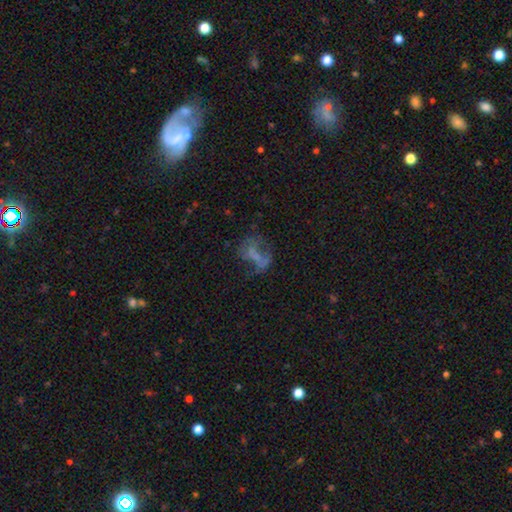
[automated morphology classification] Smooth or featured? Predicted: featured or disk (p=0.46). Merging? Predicted: major disturbance (p=0.36).